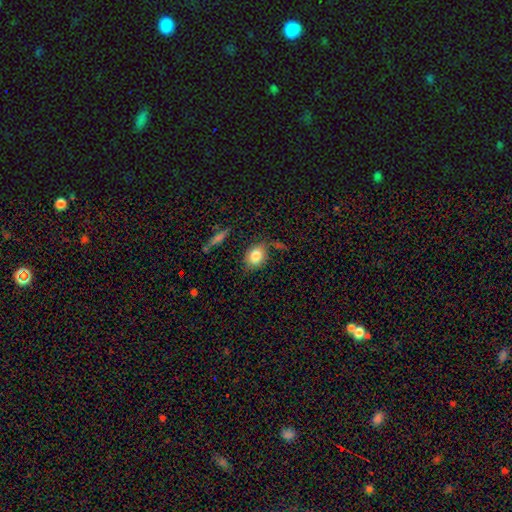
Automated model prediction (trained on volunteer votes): This appears to be a smooth galaxy with no disk features (82%) that is in between round and cigar-shaped (62%). Merging: none (64%).